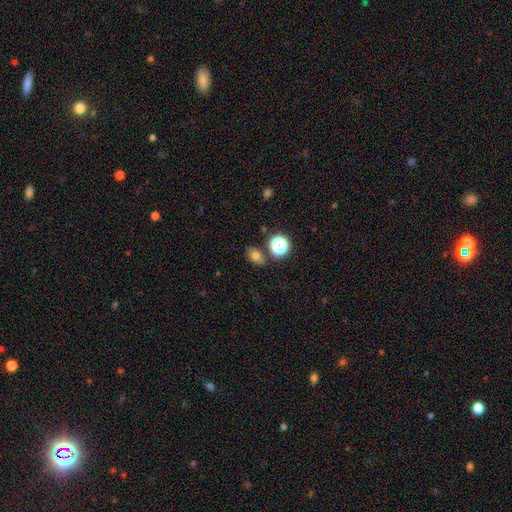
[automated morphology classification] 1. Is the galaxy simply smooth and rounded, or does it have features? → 70% smooth, 18% star or artifact, 12% featured or disk.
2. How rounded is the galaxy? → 67% in between, 31% round, 2% cigar-shaped.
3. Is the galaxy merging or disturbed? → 76% none, 13% minor disturbance, 8% merger, 3% major disturbance.